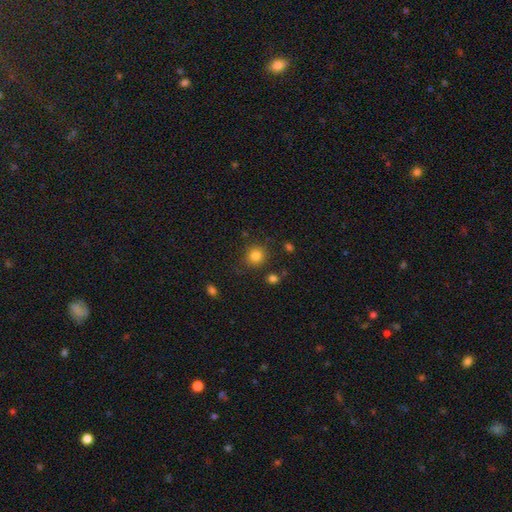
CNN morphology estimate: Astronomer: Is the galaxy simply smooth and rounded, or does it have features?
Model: smooth — 82%.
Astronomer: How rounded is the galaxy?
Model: round — 87%.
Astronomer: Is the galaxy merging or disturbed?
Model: none — 83%.